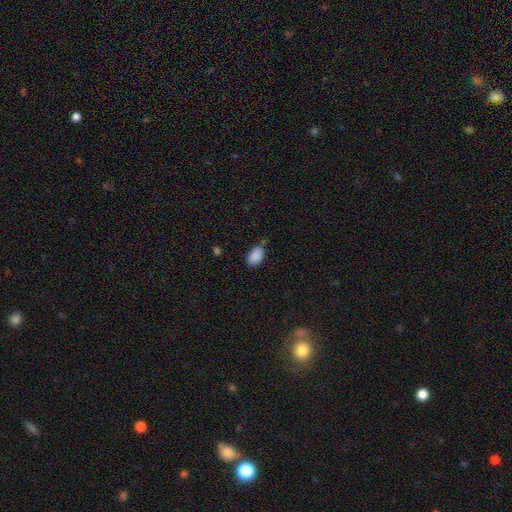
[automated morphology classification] Q: Smooth or featured?
A: smooth (89%); runner-up: star or artifact (8%)
Q: How rounded?
A: in between (91%); runner-up: round (7%)
Q: Merging?
A: none (70%); runner-up: minor disturbance (23%)